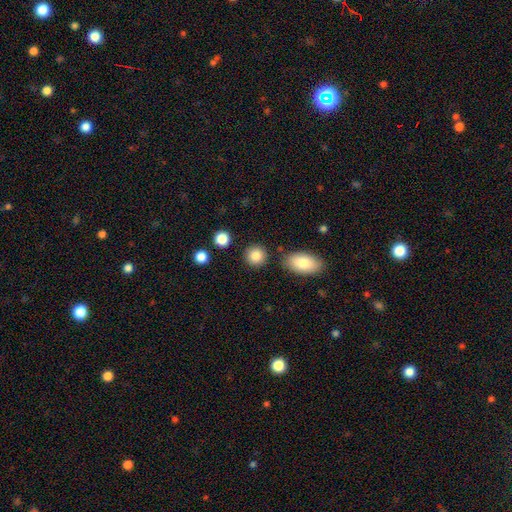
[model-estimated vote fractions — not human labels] Smooth or featured?
  - smooth: 85% *
  - star or artifact: 9%
  - featured or disk: 6%
How rounded?
  - round: 89% *
  - in between: 10%
  - cigar-shaped: 1%
Merging?
  - none: 85% *
  - minor disturbance: 7%
  - merger: 5%
  - major disturbance: 2%